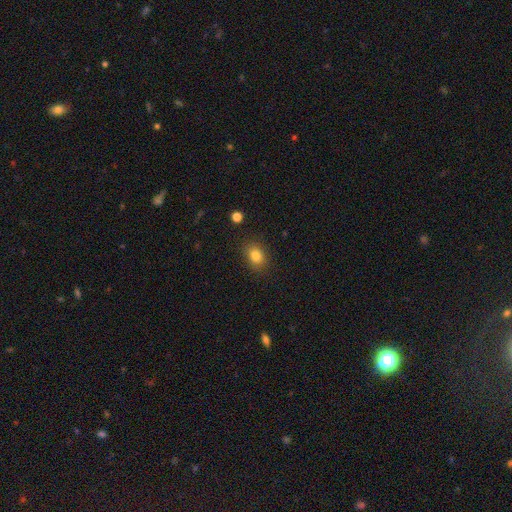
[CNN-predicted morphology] smooth_or_featured: smooth (p=0.83) [alt: star or artifact p=0.11]
how_rounded: in between (p=0.64) [alt: round p=0.35]
merging: none (p=0.85) [alt: minor disturbance p=0.10]